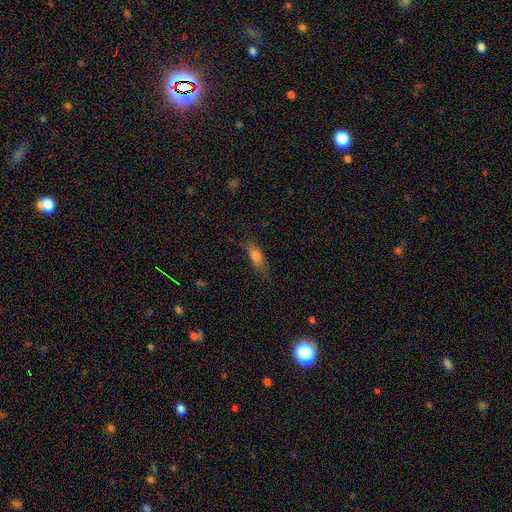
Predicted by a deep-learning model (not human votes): Smooth or featured? Predicted: smooth (p=0.73). How rounded? Predicted: in between (p=0.67). Merging? Predicted: none (p=0.66).